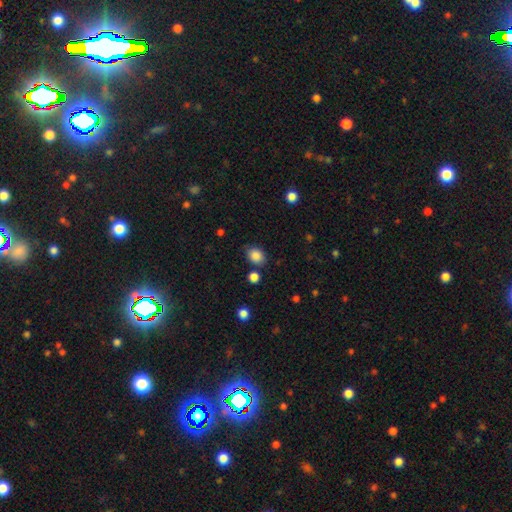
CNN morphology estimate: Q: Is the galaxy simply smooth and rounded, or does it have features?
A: smooth — 86%.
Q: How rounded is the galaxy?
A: in between — 55%.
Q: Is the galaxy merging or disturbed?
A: none — 77%.